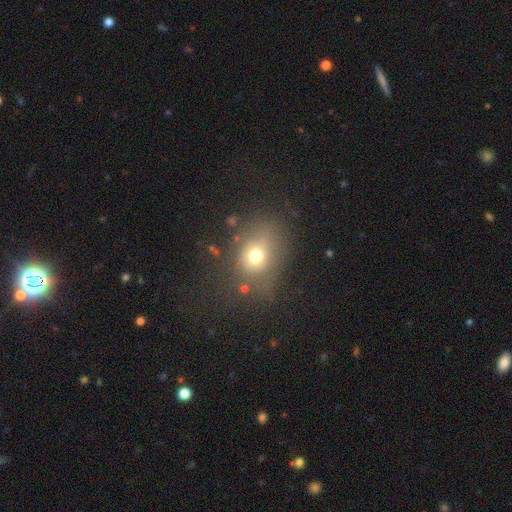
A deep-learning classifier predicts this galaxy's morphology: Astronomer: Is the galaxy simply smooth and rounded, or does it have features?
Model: smooth — 69%.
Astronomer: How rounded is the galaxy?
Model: round — 54% (runner-up: in between, 45%).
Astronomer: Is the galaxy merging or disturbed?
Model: none — 60%.